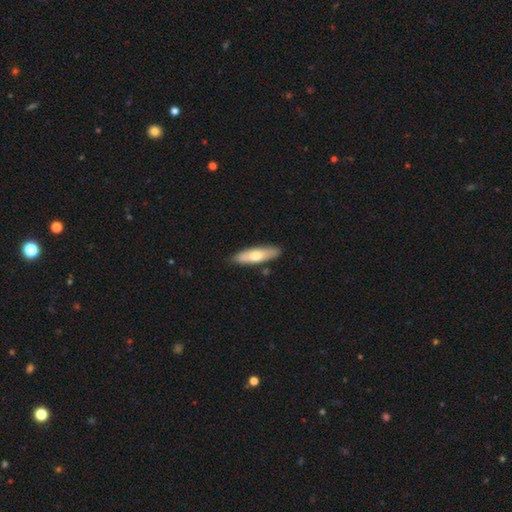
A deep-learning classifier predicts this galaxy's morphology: Smooth or featured? smooth (61%)
How rounded? cigar-shaped (59%)
Merging? none (86%)